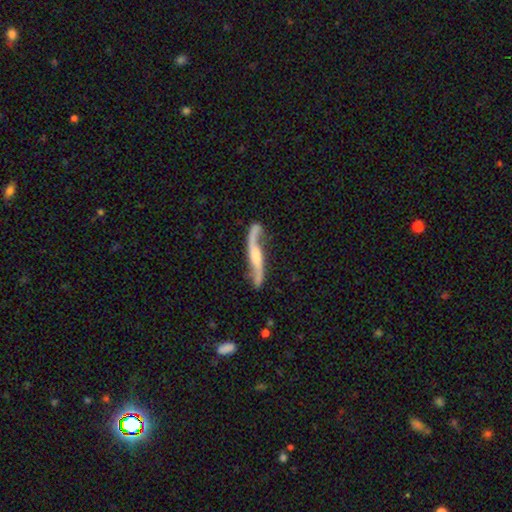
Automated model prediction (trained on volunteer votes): Morphology: type=featured or disk (85%); edge-on=no (65%); bar=no (47%); spiral arms=yes (95%); winding=loose (85%); arm count=2 (92%); bulge=moderate (43%); merging=none (68%).